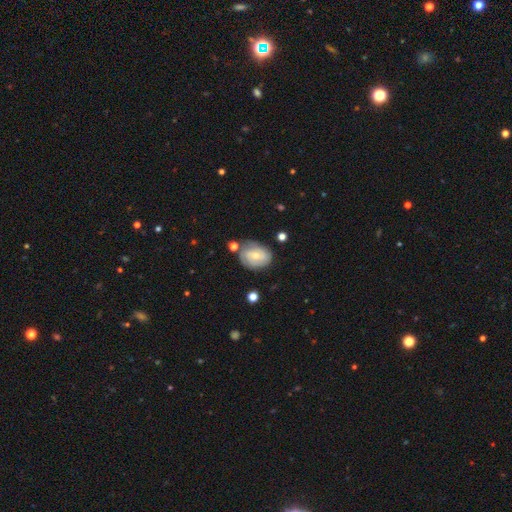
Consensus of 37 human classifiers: smooth_or_featured: featured or disk (p=0.68) [alt: smooth p=0.32]
disk_edge_on: no (p=0.96) [alt: yes p=0.04]
bar: no (p=0.58) [alt: weak p=0.38]
has_spiral_arms: yes (p=0.96) [alt: no p=0.04]
spiral_winding: tight (p=0.65) [alt: medium p=0.30]
spiral_arm_count: can't tell (p=0.48) [alt: 2 p=0.30]
bulge_size: small (p=0.75) [alt: moderate p=0.25]
merging: none (p=0.65) [alt: minor disturbance p=0.27]